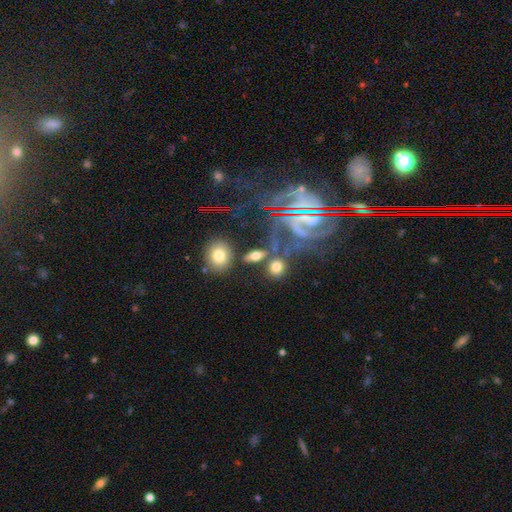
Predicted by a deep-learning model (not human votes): A smooth galaxy with no disk features (59%) that is in between round and cigar-shaped (66%).

Vote fractions:
- Smooth or featured? smooth: 59% / featured or disk: 25% / star or artifact: 16%
- How rounded? in between: 66% / round: 24% / cigar-shaped: 10%
- Merging? none: 66% / minor disturbance: 14% / merger: 12% / major disturbance: 7%